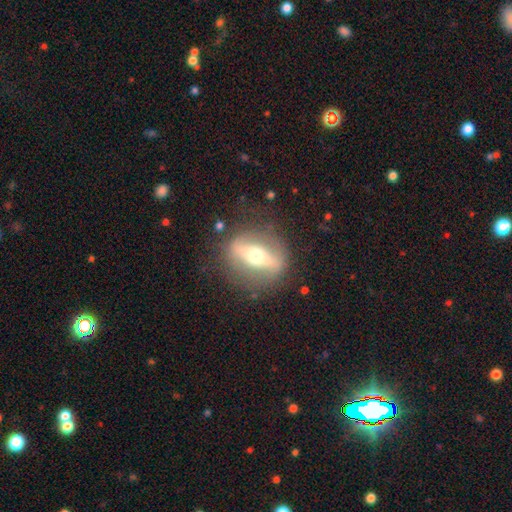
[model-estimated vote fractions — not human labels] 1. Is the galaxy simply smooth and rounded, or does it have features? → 68% featured or disk, 23% smooth, 9% star or artifact.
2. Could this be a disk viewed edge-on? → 54% yes, 46% no.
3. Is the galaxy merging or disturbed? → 81% none, 11% minor disturbance, 6% major disturbance, 1% merger.